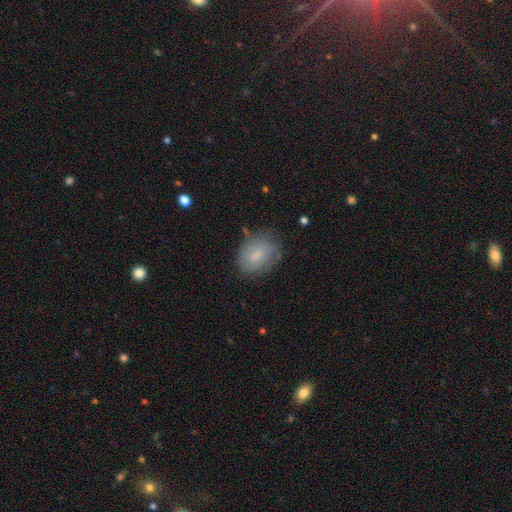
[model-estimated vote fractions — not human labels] Smooth or featured: smooth — 69% (featured or disk — 23%)
How rounded: in between — 71% (round — 28%)
Merging: none — 68% (minor disturbance — 23%)